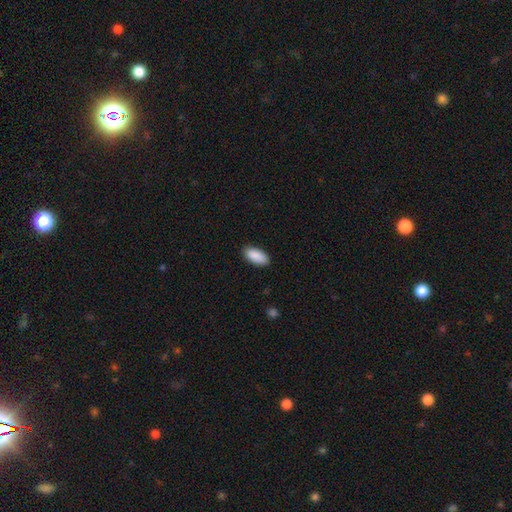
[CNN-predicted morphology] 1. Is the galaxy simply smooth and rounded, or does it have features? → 91% smooth, 6% star or artifact, 3% featured or disk.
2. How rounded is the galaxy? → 92% in between, 7% cigar-shaped, 2% round.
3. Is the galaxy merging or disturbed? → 88% none, 9% minor disturbance, 2% major disturbance, 1% merger.